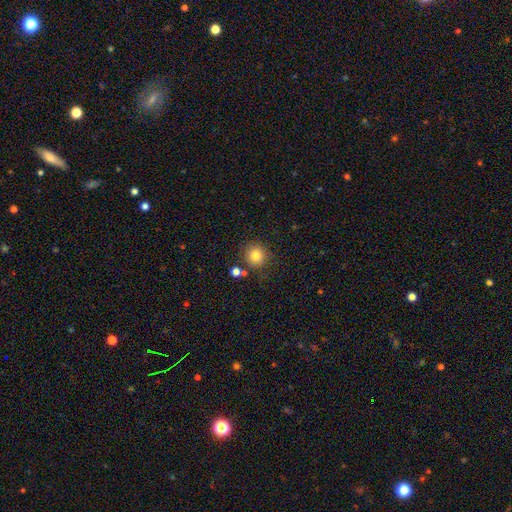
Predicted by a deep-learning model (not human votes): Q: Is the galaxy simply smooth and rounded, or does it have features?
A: smooth — 82%.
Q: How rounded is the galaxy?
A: round — 91%.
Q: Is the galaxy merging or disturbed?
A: none — 79%.